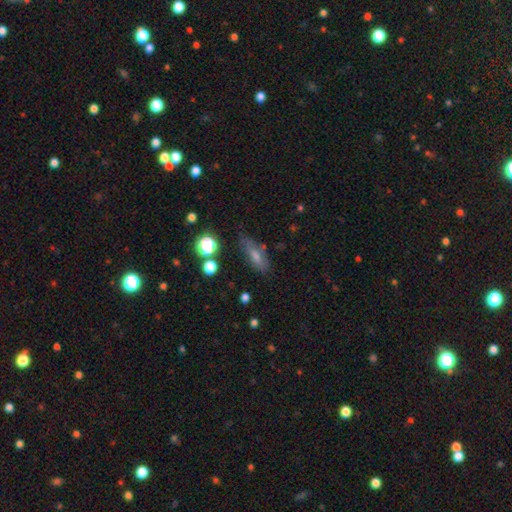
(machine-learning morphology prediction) Q: Smooth or featured?
A: smooth (53%); runner-up: featured or disk (28%)
Q: How rounded?
A: in between (58%); runner-up: cigar-shaped (34%)
Q: Merging?
A: none (68%); runner-up: minor disturbance (21%)